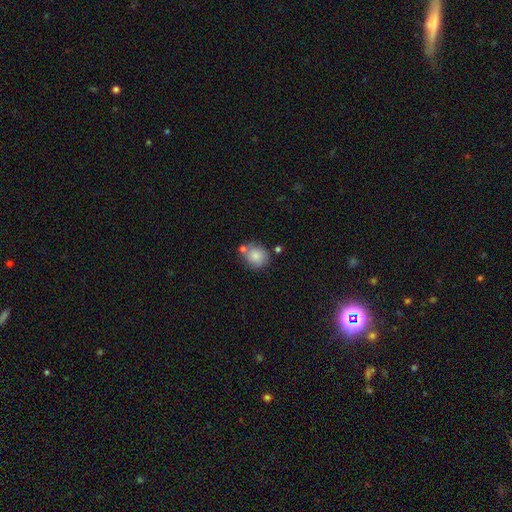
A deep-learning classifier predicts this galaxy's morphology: smooth-or-featured: smooth: 82% | featured or disk: 10% | star or artifact: 8%
  how-rounded: round: 76% | in between: 23% | cigar-shaped: 1%
  merging: none: 60% | merger: 19% | minor disturbance: 16% | major disturbance: 5%